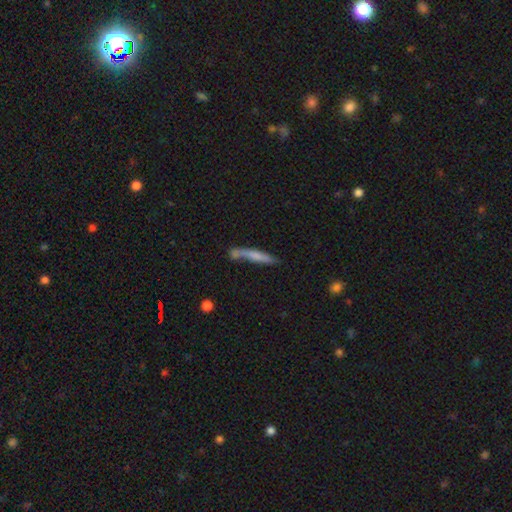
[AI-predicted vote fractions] This appears to be a smooth galaxy with no disk features (64%) that is cigar-shaped (91%). Merging: none (54%).